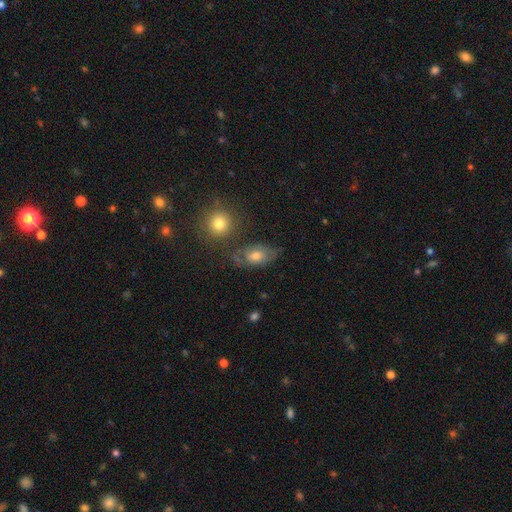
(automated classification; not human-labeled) The model was most divided on "smooth or featured": smooth: 55%, featured or disk: 33%, star or artifact: 12%. More confident: how rounded — in between (82%); merging — none (58%).